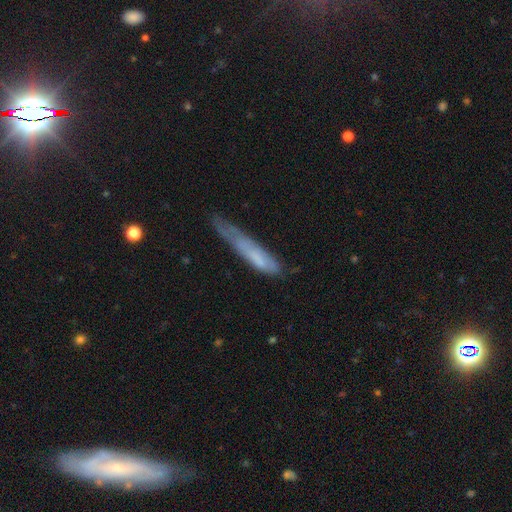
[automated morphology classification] Smooth or featured: smooth — 59% (featured or disk — 33%)
How rounded: cigar-shaped — 87% (in between — 12%)
Merging: none — 38% (minor disturbance — 36%)